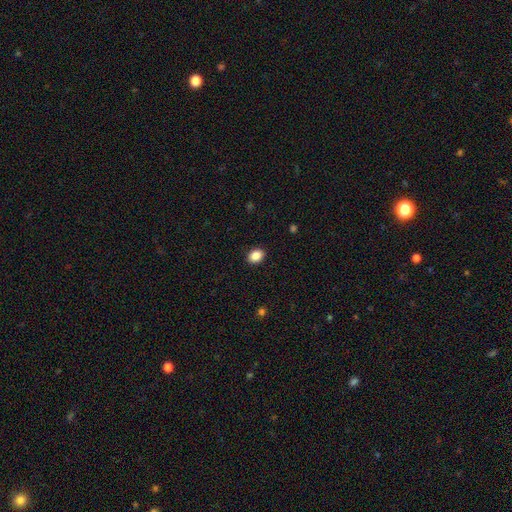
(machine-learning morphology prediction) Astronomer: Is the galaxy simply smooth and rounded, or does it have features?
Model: smooth — 87%.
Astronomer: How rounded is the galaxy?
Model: in between — 64%.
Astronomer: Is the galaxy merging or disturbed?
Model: none — 91%.